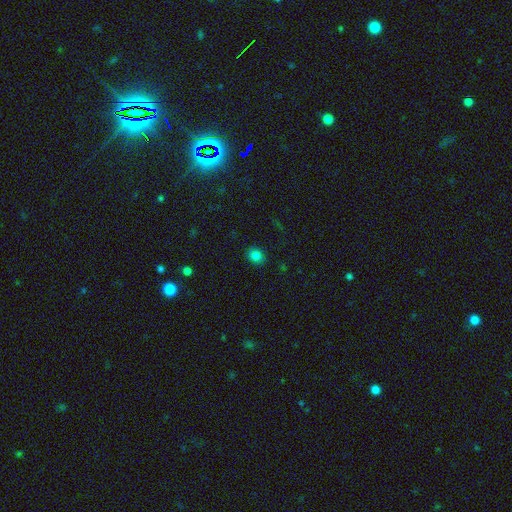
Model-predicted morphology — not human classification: Smooth or featured? Predicted: smooth (p=0.82). How rounded? Predicted: round (p=0.66). Merging? Predicted: none (p=0.89).